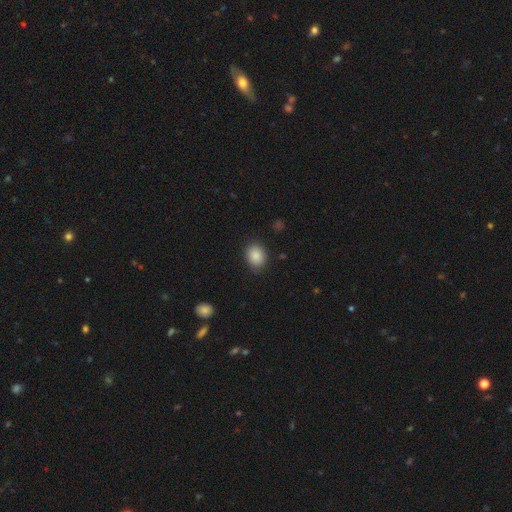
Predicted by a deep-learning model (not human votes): This appears to be a smooth galaxy with no disk features (87%) that is in between round and cigar-shaped (57%). Merging: none (84%).